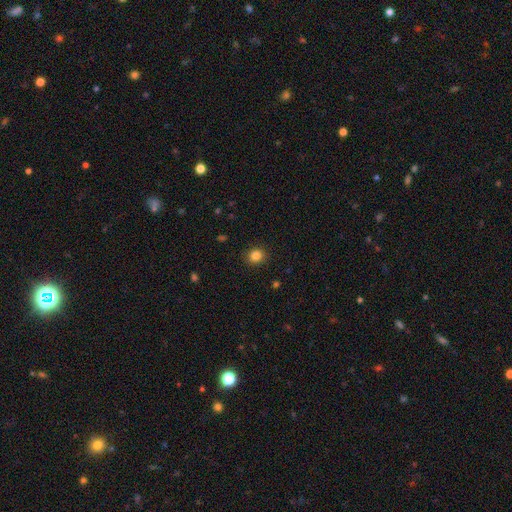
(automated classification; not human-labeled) Smooth or featured? smooth (85%)
How rounded? round (78%)
Merging? none (90%)